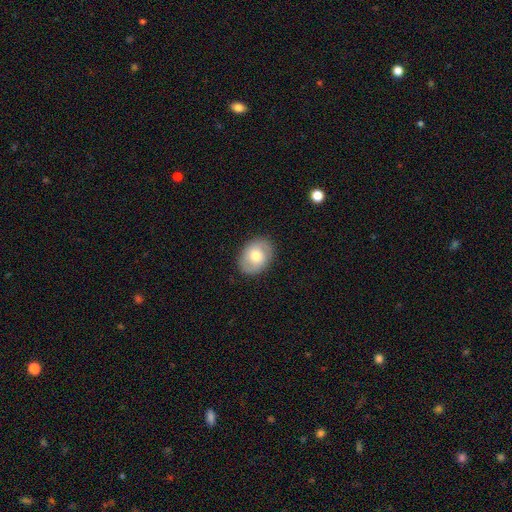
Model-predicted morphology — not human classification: A smooth galaxy with no disk features (66%) that is in between round and cigar-shaped (66%).

Vote fractions:
- Smooth or featured? smooth: 66% / featured or disk: 27% / star or artifact: 7%
- How rounded? in between: 66% / round: 33% / cigar-shaped: 1%
- Merging? none: 87% / minor disturbance: 10% / major disturbance: 3% / merger: 1%